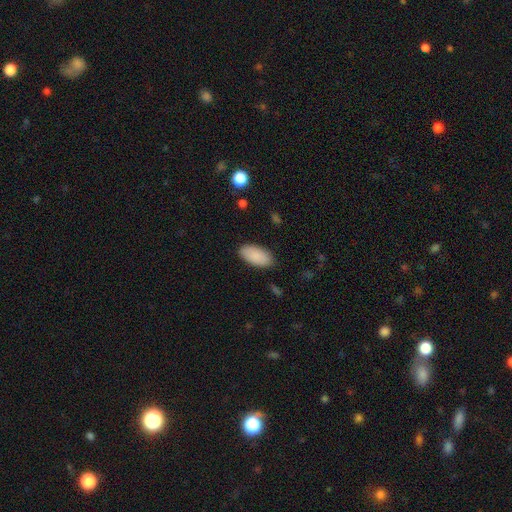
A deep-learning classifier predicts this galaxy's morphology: Overall: smooth (90%). How rounded: in between (95%). Merging: none (86%).